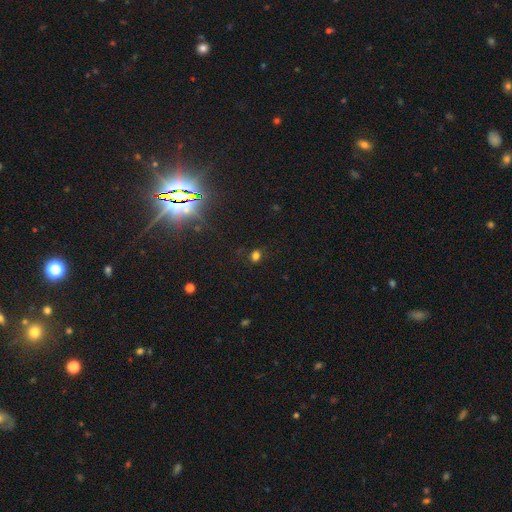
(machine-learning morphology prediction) Q: Smooth or featured?
A: smooth (66%); runner-up: star or artifact (28%)
Q: How rounded?
A: round (59%); runner-up: in between (40%)
Q: Merging?
A: none (80%); runner-up: minor disturbance (13%)